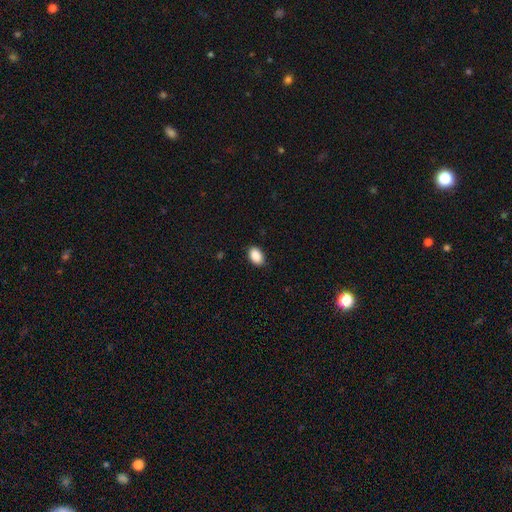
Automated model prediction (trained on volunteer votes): smooth_or_featured: smooth (p=0.89) [alt: star or artifact p=0.07]
how_rounded: in between (p=0.88) [alt: round p=0.11]
merging: none (p=0.86) [alt: minor disturbance p=0.11]